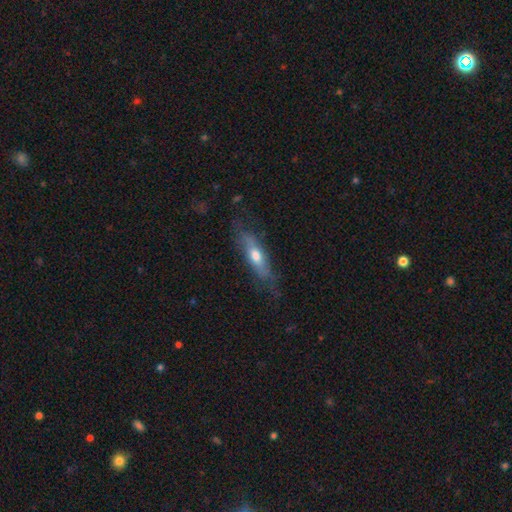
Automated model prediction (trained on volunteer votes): This is possibly a smooth galaxy (51%). How rounded: possibly cigar-shaped (56%). Merging: likely none (66%).